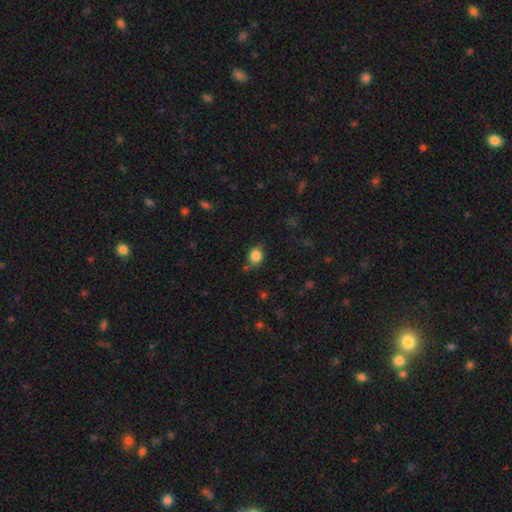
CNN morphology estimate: Smooth or featured: smooth — 85% (star or artifact — 10%)
How rounded: round — 61% (in between — 38%)
Merging: none — 73% (minor disturbance — 18%)